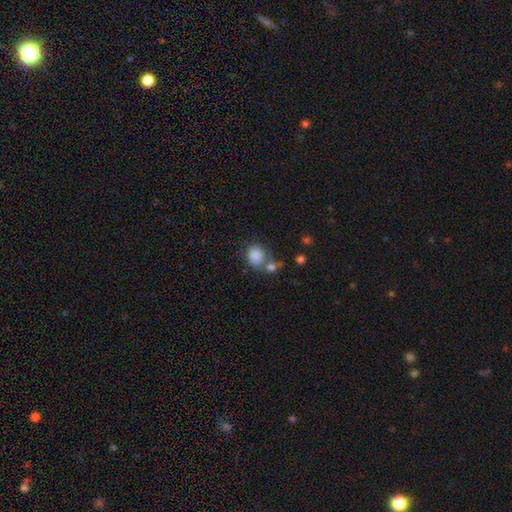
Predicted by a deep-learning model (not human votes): Q: Smooth or featured?
A: smooth (85%); runner-up: star or artifact (9%)
Q: How rounded?
A: round (64%); runner-up: in between (35%)
Q: Merging?
A: none (55%); runner-up: merger (22%)